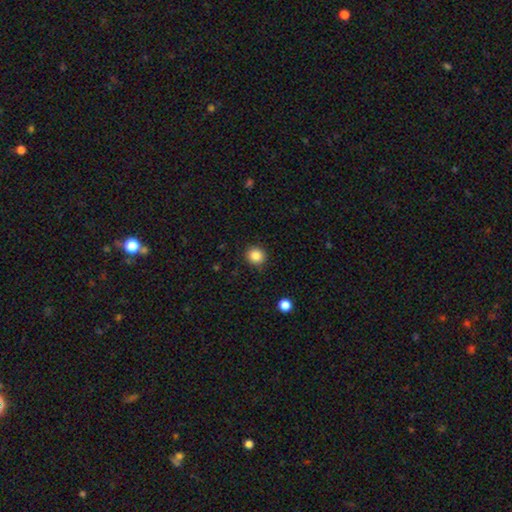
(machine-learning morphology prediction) Smooth or featured?
  - smooth: 86% *
  - star or artifact: 10%
  - featured or disk: 4%
How rounded?
  - round: 87% *
  - in between: 12%
  - cigar-shaped: 1%
Merging?
  - none: 88% *
  - minor disturbance: 8%
  - major disturbance: 2%
  - merger: 1%